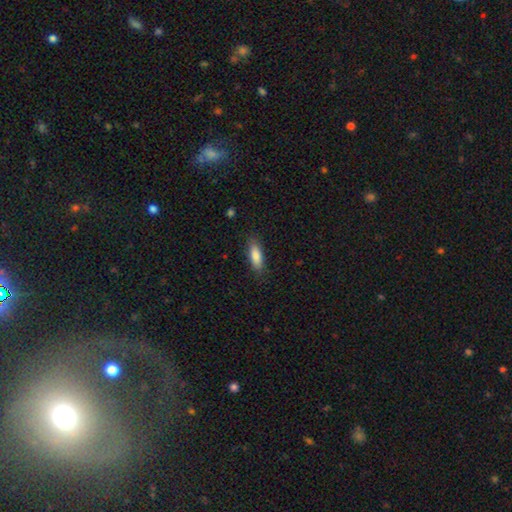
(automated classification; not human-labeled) Smooth or featured?
  - smooth: 85% *
  - featured or disk: 9%
  - star or artifact: 6%
How rounded?
  - in between: 61% *
  - cigar-shaped: 37%
  - round: 2%
Merging?
  - none: 85% *
  - minor disturbance: 12%
  - major disturbance: 3%
  - merger: 1%